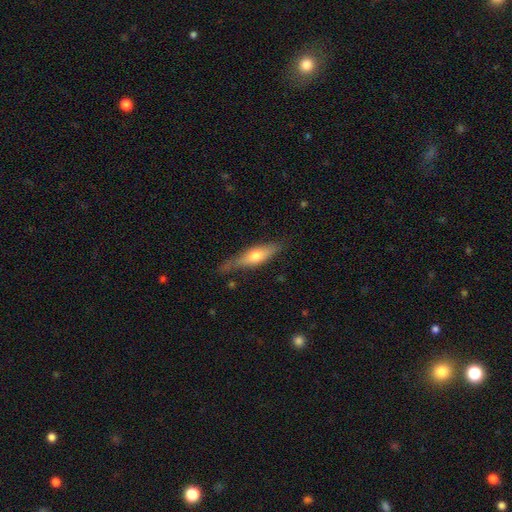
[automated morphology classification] smooth-or-featured: smooth: 48% | featured or disk: 46% | star or artifact: 6%
  merging: none: 68% | minor disturbance: 23% | major disturbance: 6% | merger: 3%